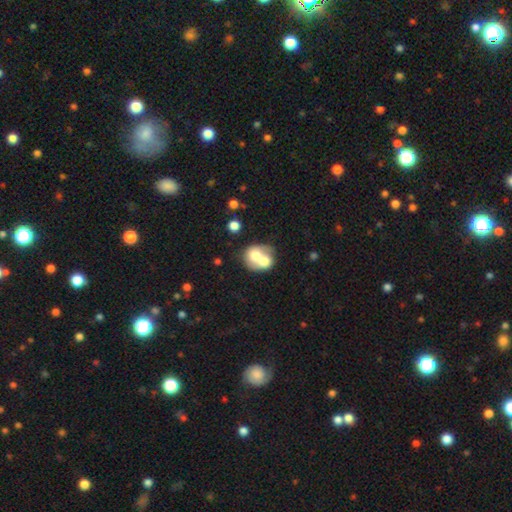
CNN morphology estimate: Q: Smooth or featured?
A: smooth (64%); runner-up: featured or disk (28%)
Q: How rounded?
A: round (63%); runner-up: in between (36%)
Q: Merging?
A: merger (71%); runner-up: none (19%)